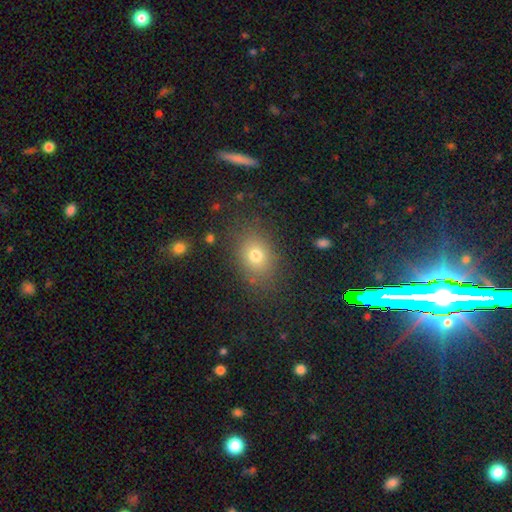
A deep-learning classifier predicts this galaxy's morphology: This is likely a smooth galaxy (74%). How rounded: possibly in between (59%). Merging: clearly none (80%).